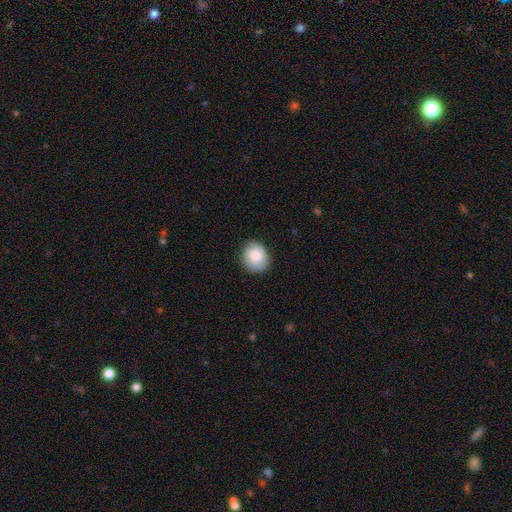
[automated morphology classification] Smooth or featured? smooth (83%)
How rounded? round (72%)
Merging? none (84%)